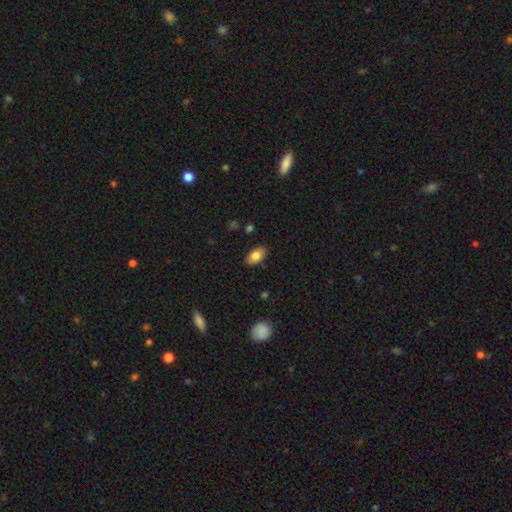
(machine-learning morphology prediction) smooth 83%, featured or disk 10%, star or artifact 8%. Down the decision tree: how rounded — in between (92%); merging — none (85%).